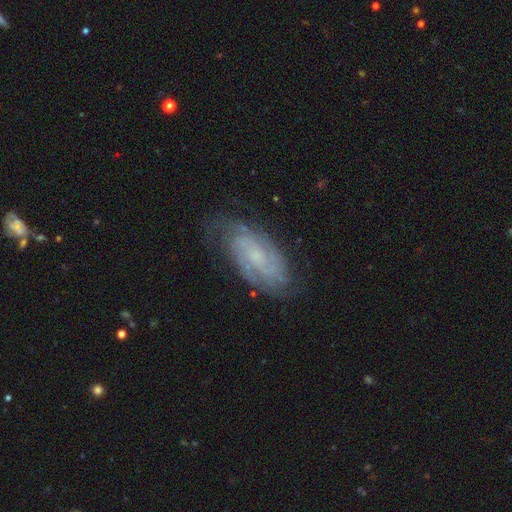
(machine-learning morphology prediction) Smooth or featured?
  - featured or disk: 77% *
  - smooth: 16%
  - star or artifact: 7%
Edge-on disk?
  - no: 94% *
  - yes: 6%
Bar?
  - no: 58% *
  - weak: 36%
  - strong: 6%
Spiral arms?
  - yes: 94% *
  - no: 6%
Spiral winding?
  - tight: 54% *
  - medium: 37%
  - loose: 10%
Spiral arm count?
  - 2: 43% *
  - can't tell: 31%
  - 3: 13%
  - 4: 5%
  - 1: 4%
  - more than 4: 4%
Bulge size?
  - small: 60% *
  - moderate: 20%
  - none: 17%
  - large: 2%
  - dominant: 1%
Merging?
  - none: 71% *
  - minor disturbance: 20%
  - major disturbance: 7%
  - merger: 1%